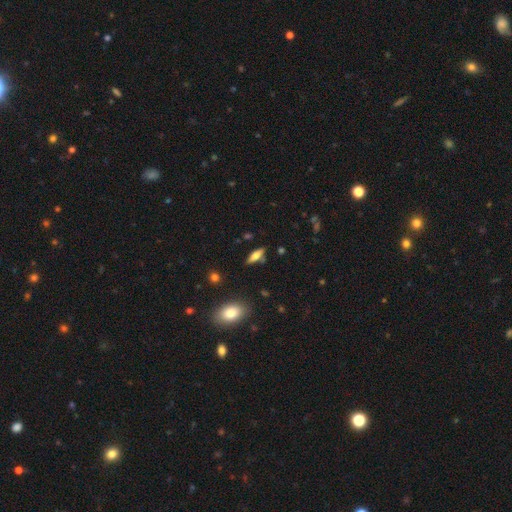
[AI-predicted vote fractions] smooth_or_featured: smooth (p=0.52) [alt: featured or disk p=0.40]
how_rounded: in between (p=0.54) [alt: cigar-shaped p=0.42]
merging: none (p=0.81) [alt: minor disturbance p=0.11]